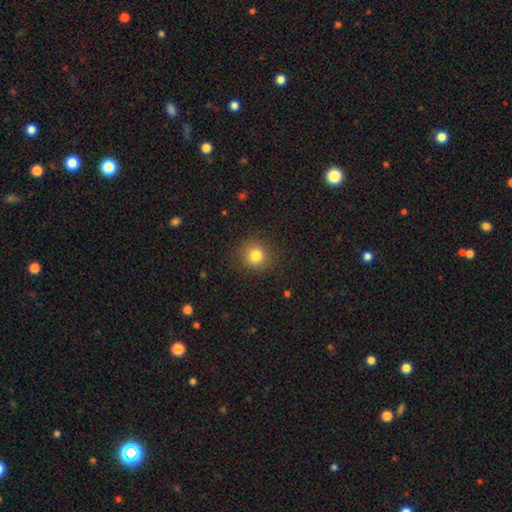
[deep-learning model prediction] smooth 82%, star or artifact 11%, featured or disk 7%. Down the decision tree: how rounded — round (88%); merging — none (87%).